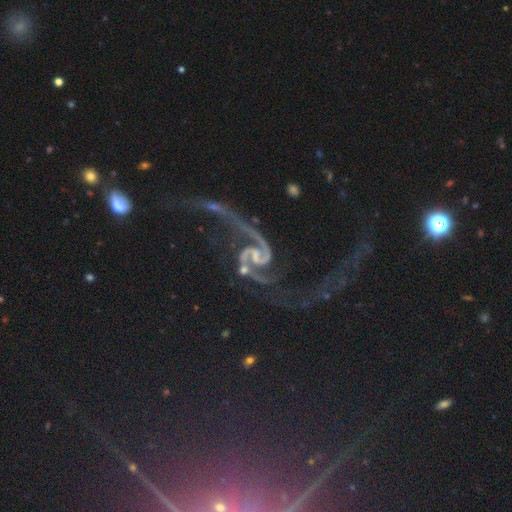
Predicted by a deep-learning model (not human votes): Smooth or featured: featured or disk — 91% (star or artifact — 6%)
Edge-on disk: no — 97% (yes — 3%)
Bar: no — 41% (weak — 38%)
Spiral arms: yes — 98% (no — 2%)
Spiral winding: loose — 57% (medium — 33%)
Spiral arm count: 2 — 93% (1 — 2%)
Bulge size: small — 51% (moderate — 23%)
Merging: none — 35% (tied with major disturbance — 35%)